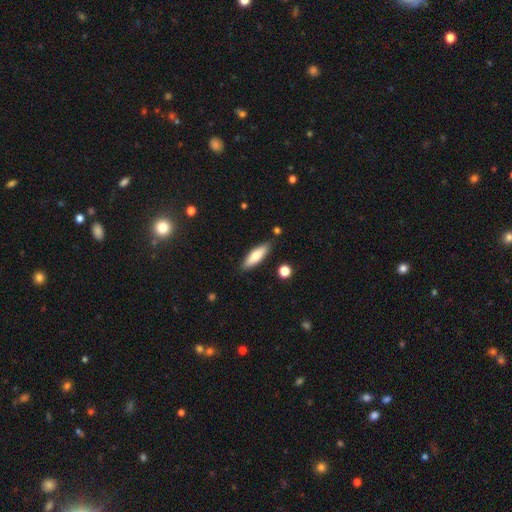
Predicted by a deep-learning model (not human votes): A smooth galaxy with no disk features (72%) that is cigar-shaped (50%).

Vote fractions:
- Smooth or featured? smooth: 72% / featured or disk: 22% / star or artifact: 6%
- How rounded? cigar-shaped: 50% / in between: 48% / round: 2%
- Merging? none: 85% / minor disturbance: 10% / merger: 3% / major disturbance: 2%